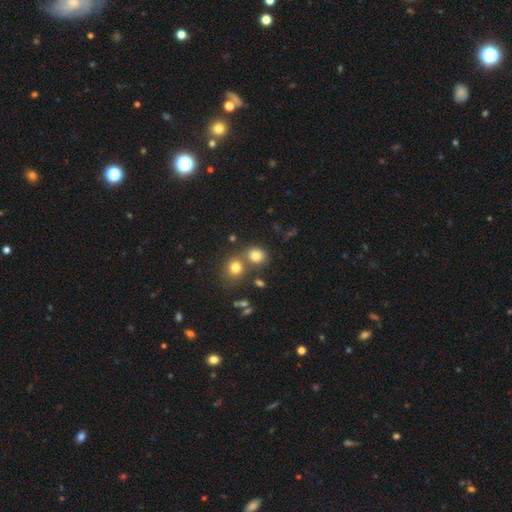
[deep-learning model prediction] This is likely a smooth galaxy (79%). How rounded: likely round (68%). Merging: likely none (60%).